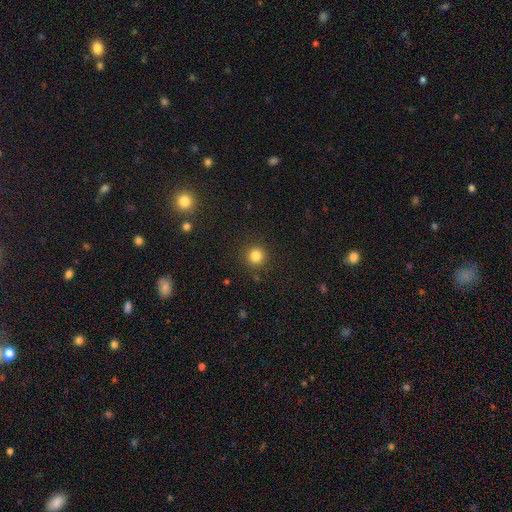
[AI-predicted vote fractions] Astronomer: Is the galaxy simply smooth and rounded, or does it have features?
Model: smooth — 83%.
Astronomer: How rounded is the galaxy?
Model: round — 93%.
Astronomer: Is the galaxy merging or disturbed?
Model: none — 89%.